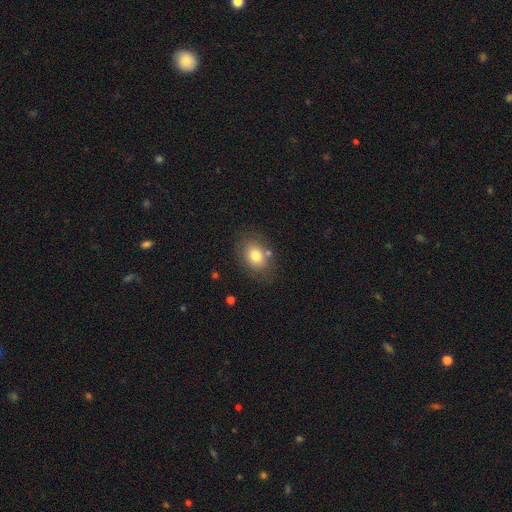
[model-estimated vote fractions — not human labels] Overall: smooth (76%). How rounded: in between (68%; round 31%). Merging: none (75%).